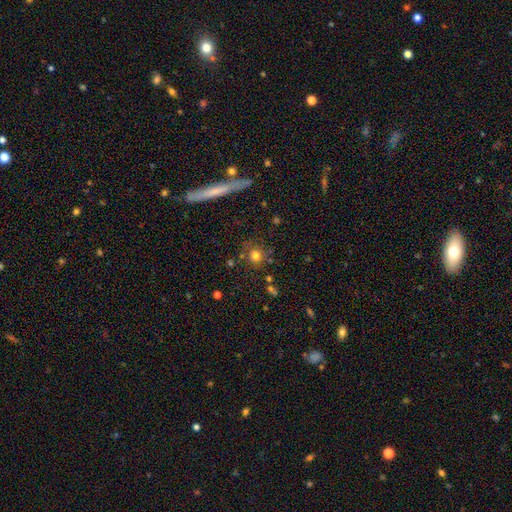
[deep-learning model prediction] Smooth or featured: smooth — 75% (star or artifact — 15%)
How rounded: round — 89% (in between — 9%)
Merging: none — 77% (minor disturbance — 12%)